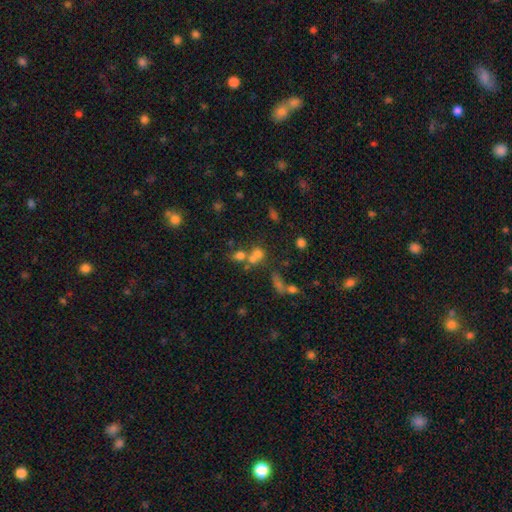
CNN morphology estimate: Overall: smooth (59%; star or artifact 21%). How rounded: round (68%; in between 30%). Merging: merger (52%; none 34%).